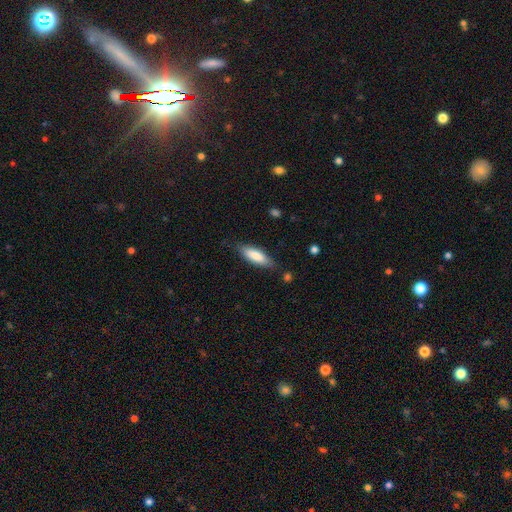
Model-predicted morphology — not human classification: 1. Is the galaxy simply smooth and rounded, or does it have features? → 80% smooth, 14% featured or disk, 6% star or artifact.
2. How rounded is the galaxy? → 54% in between, 44% cigar-shaped, 1% round.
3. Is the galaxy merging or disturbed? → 79% none, 16% minor disturbance, 3% major disturbance, 2% merger.